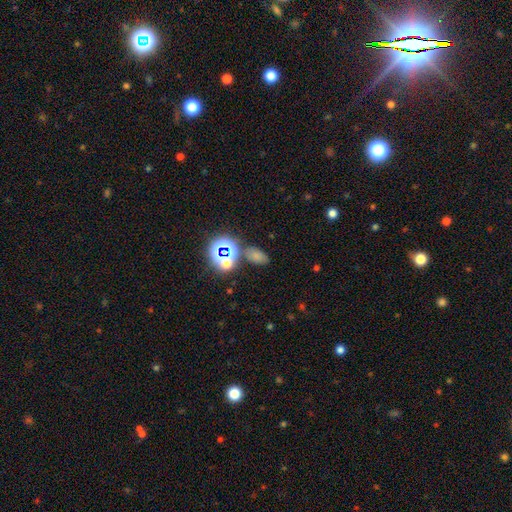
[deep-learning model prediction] Smooth or featured: smooth — 61% (star or artifact — 30%)
How rounded: in between — 84% (round — 13%)
Merging: none — 70% (minor disturbance — 14%)